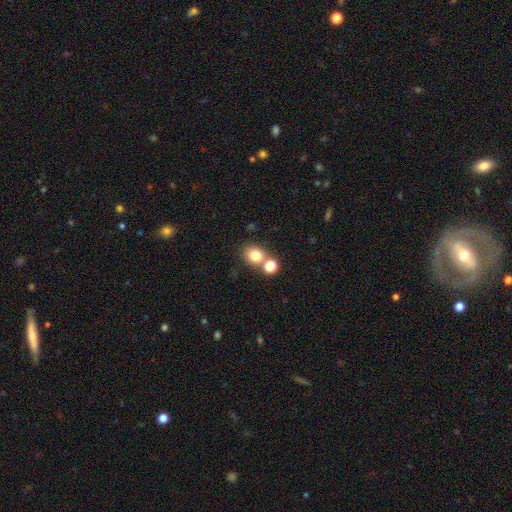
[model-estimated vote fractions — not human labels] Smooth or featured? smooth (79%)
How rounded? round (70%)
Merging? none (60%)